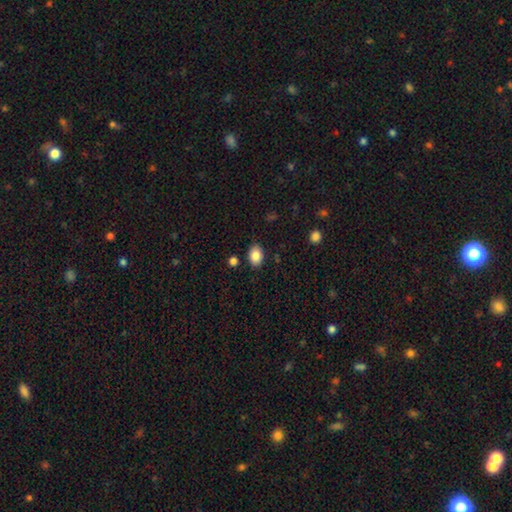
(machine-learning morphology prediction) A smooth galaxy with no disk features (86%) that is in between round and cigar-shaped (77%).

Vote fractions:
- Smooth or featured? smooth: 86% / star or artifact: 8% / featured or disk: 6%
- How rounded? in between: 77% / round: 22% / cigar-shaped: 1%
- Merging? none: 85% / minor disturbance: 10% / merger: 3% / major disturbance: 2%